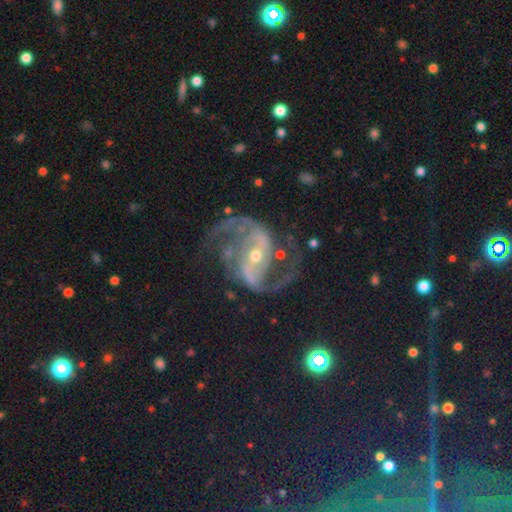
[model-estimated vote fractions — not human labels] A featured or disk galaxy (92%) with a strong bar (44%), 2 (92%) medium (56%) spiral arms (98%) and a small central bulge (58%).

Vote fractions:
- Smooth or featured? featured or disk: 92% / star or artifact: 5% / smooth: 2%
- Edge-on disk? no: 98% / yes: 2%
- Bar? strong: 44% / weak: 36% / no: 21%
- Spiral arms? yes: 98% / no: 2%
- Spiral winding? medium: 56% / loose: 32% / tight: 12%
- Spiral arm count? 2: 92% / 3: 2% / can't tell: 2% / 1: 1% / 4: 1% / more than 4: 1%
- Bulge size? small: 58% / moderate: 39% / large: 2% / none: 1% / dominant: 1%
- Merging? none: 71% / minor disturbance: 15% / major disturbance: 12% / merger: 2%